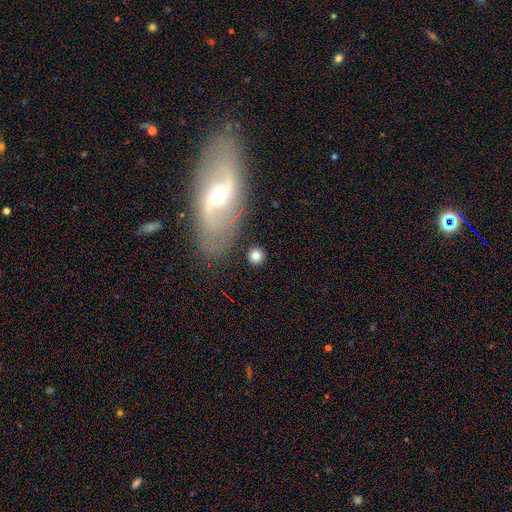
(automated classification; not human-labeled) This is likely a smooth galaxy (79%). How rounded: clearly round (88%). Merging: clearly none (88%).